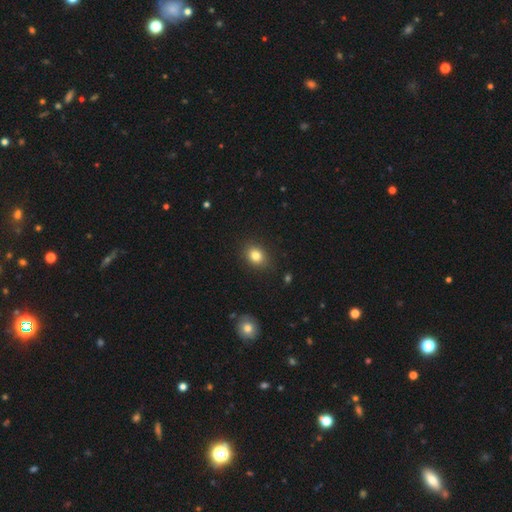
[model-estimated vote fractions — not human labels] Smooth or featured?
  - smooth: 82% *
  - star or artifact: 11%
  - featured or disk: 7%
How rounded?
  - in between: 53% *
  - round: 46%
  - cigar-shaped: 1%
Merging?
  - none: 87% *
  - minor disturbance: 10%
  - major disturbance: 2%
  - merger: 1%